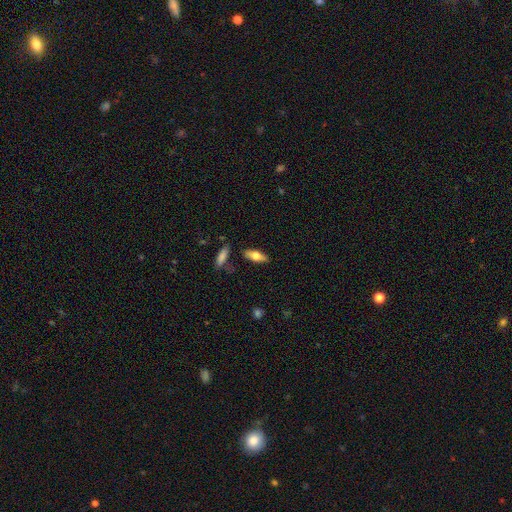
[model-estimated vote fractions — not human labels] This appears to be a smooth galaxy with no disk features (66%) that is in between round and cigar-shaped (70%). Merging: none (82%).